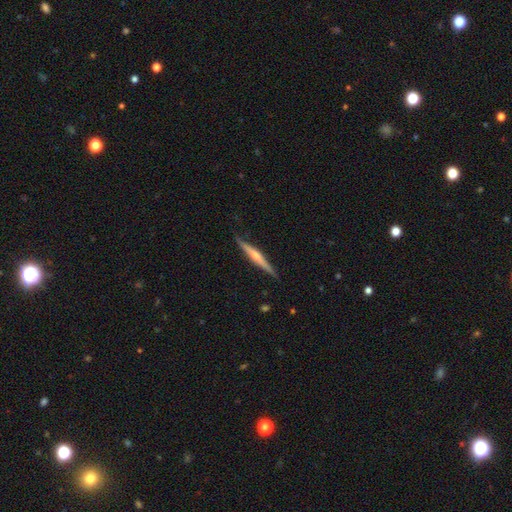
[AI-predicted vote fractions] Morphology: type=featured or disk (65%); edge-on=yes (97%); edge-on bulge=rounded (71%); merging=none (86%).